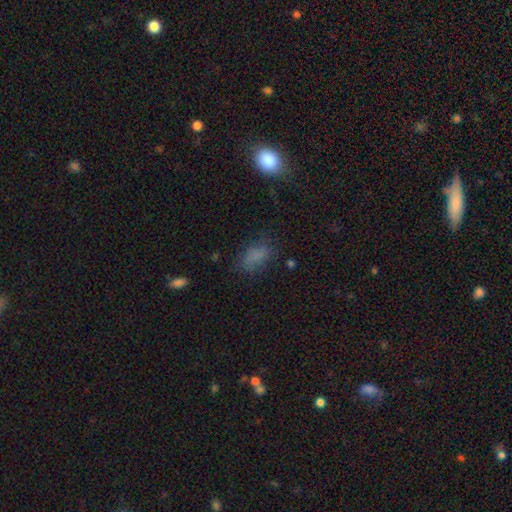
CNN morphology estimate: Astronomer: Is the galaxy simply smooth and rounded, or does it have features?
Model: smooth — 74%.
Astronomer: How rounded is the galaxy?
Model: in between — 85%.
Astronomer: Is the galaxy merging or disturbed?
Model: none — 59%.